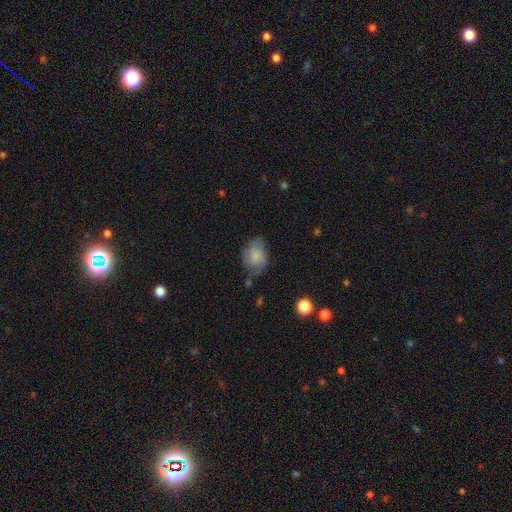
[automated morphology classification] The model was most divided on "merging": none: 54%, minor disturbance: 32%, major disturbance: 12%, merger: 3%. More confident: smooth or featured — smooth (78%); how rounded — in between (69%).